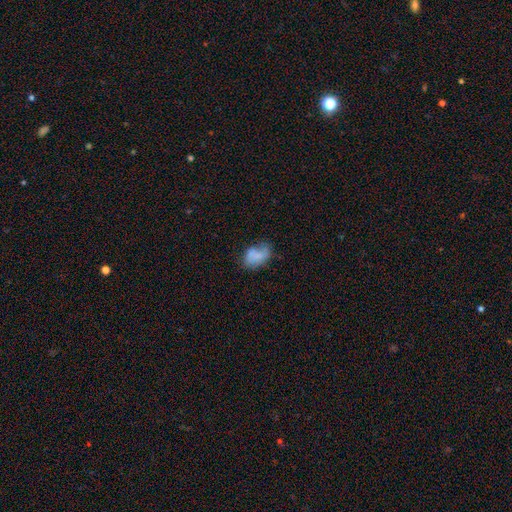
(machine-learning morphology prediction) smooth-or-featured: smooth: 73% | featured or disk: 18% | star or artifact: 9%
  how-rounded: in between: 87% | round: 12% | cigar-shaped: 1%
  merging: none: 49% | minor disturbance: 32% | major disturbance: 15% | merger: 5%